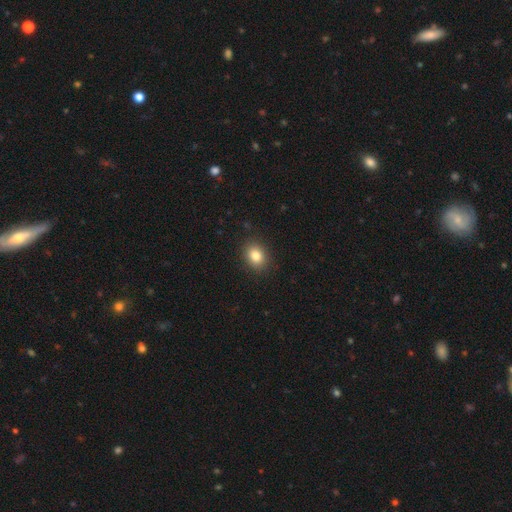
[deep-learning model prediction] A smooth galaxy with no disk features (83%) that is in between round and cigar-shaped (56%). Merging: none (88%).